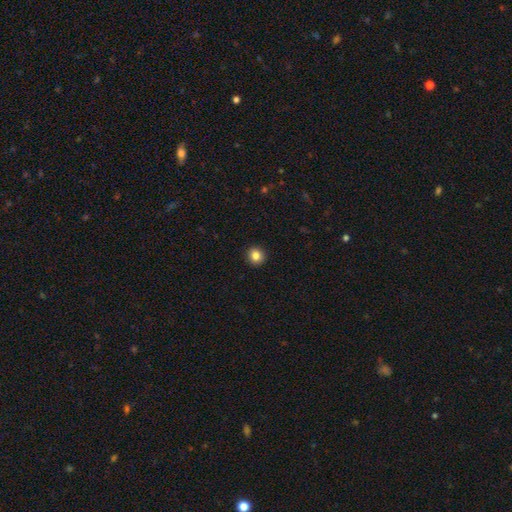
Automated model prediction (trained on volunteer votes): smooth 84%, star or artifact 11%, featured or disk 5%. Down the decision tree: how rounded — round (92%); merging — none (93%).